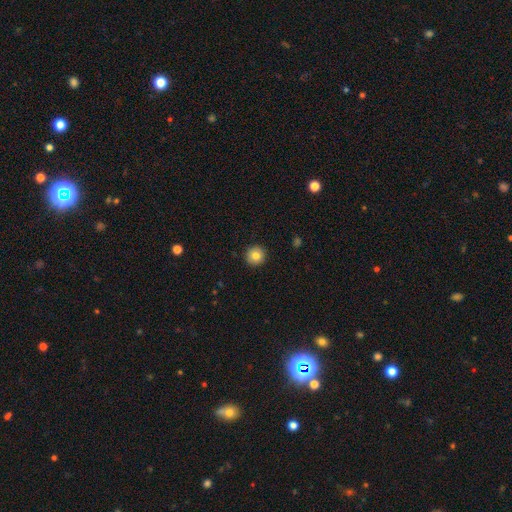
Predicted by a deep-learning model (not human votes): This appears to be a smooth galaxy with no disk features (82%) that is round (95%). Merging: none (93%).